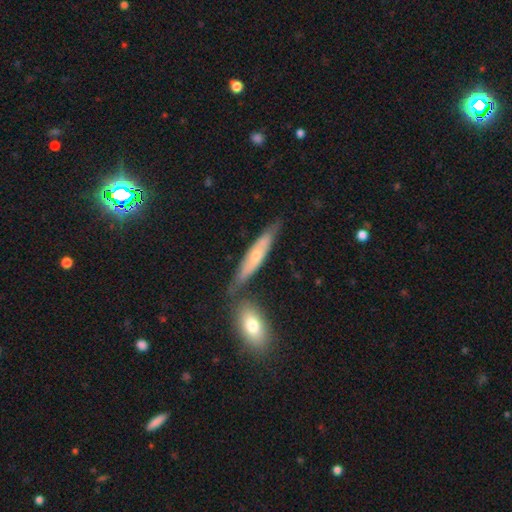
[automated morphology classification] smooth 47% (tied), featured or disk 47% (tied), star or artifact 6%. Down the decision tree: merging — none (64%).